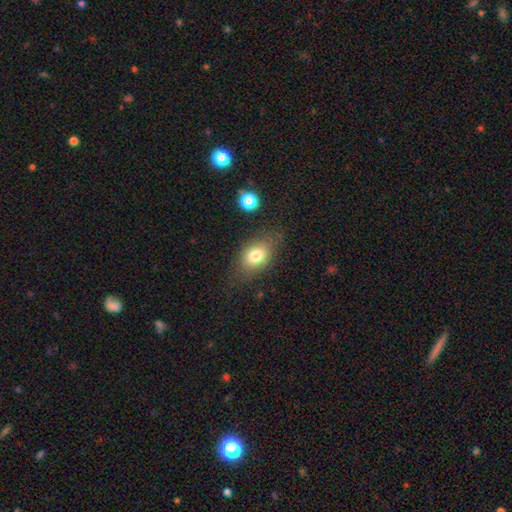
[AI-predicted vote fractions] A smooth galaxy with no disk features (76%) that is in between round and cigar-shaped (74%).

Vote fractions:
- Smooth or featured? smooth: 76% / featured or disk: 14% / star or artifact: 10%
- How rounded? in between: 74% / round: 24% / cigar-shaped: 2%
- Merging? none: 69% / minor disturbance: 20% / major disturbance: 8% / merger: 3%